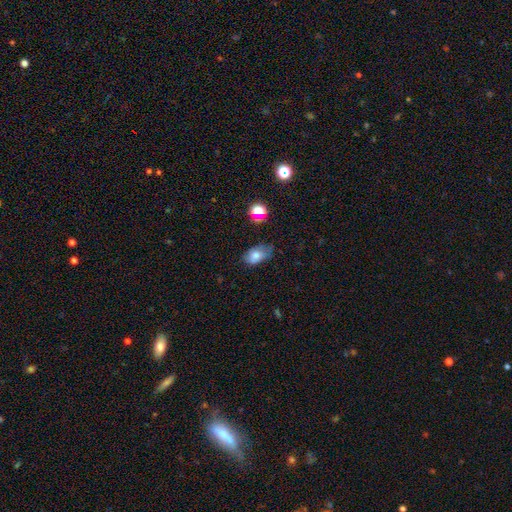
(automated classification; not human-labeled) Smooth or featured? smooth (76%)
How rounded? in between (87%)
Merging? none (55%)